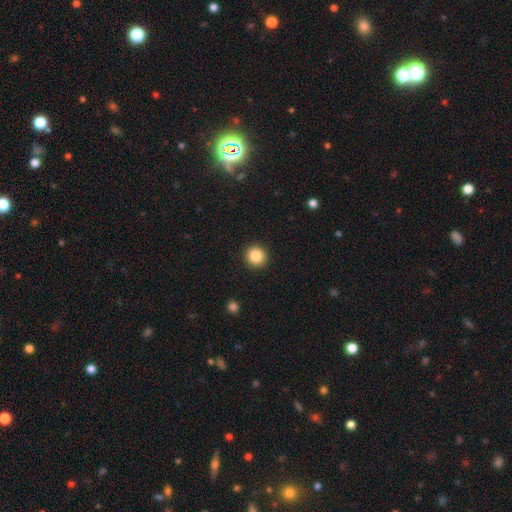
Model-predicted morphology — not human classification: Overall: smooth (86%). How rounded: round (94%). Merging: none (93%).